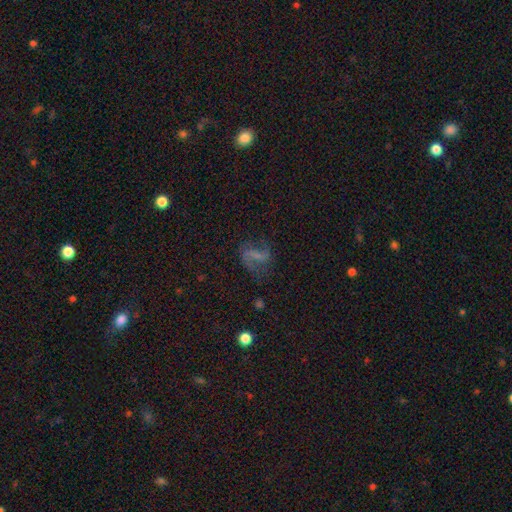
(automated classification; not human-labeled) Smooth or featured: featured or disk — 70% (smooth — 18%)
Edge-on disk: no — 97% (yes — 3%)
Bar: weak — 40% (strong — 39%)
Spiral arms: yes — 89% (no — 11%)
Spiral winding: loose — 56% (medium — 35%)
Spiral arm count: 2 — 89% (1 — 4%)
Bulge size: none — 50% (small — 33%)
Merging: none — 65% (minor disturbance — 17%)